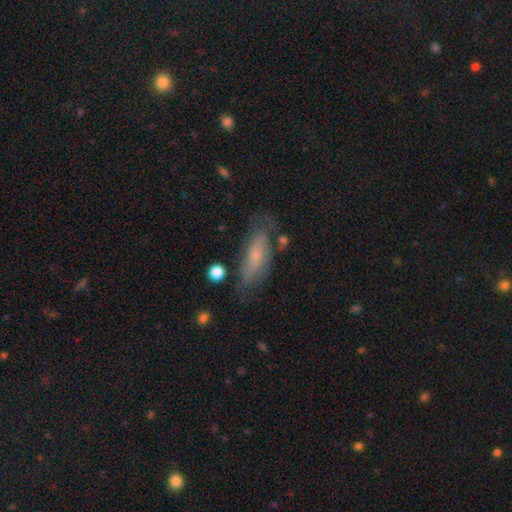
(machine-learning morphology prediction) Overall: smooth (54%; featured or disk 38%). How rounded: in between (63%; cigar-shaped 34%). Merging: none (65%).